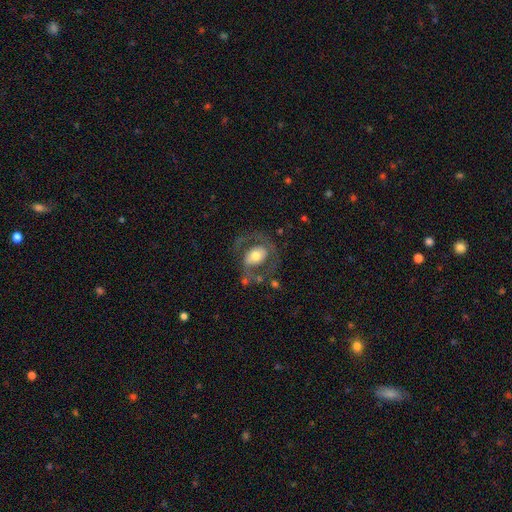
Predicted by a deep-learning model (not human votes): Overall: featured or disk (64%; smooth 30%). Edge-on disk: no (96%). Bar: no (60%; weak 26%). Spiral arms: yes (58%; no 42%). Bulge size: moderate (61%; large 24%). Merging: none (57%; major disturbance 22%).